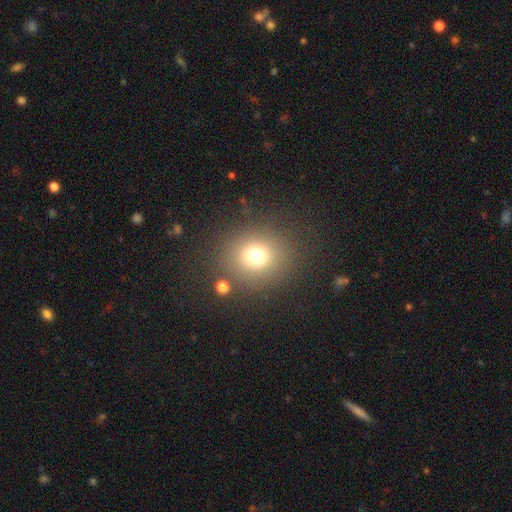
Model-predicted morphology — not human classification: A smooth galaxy with no disk features (73%) that is round (84%). Merging: none (83%).